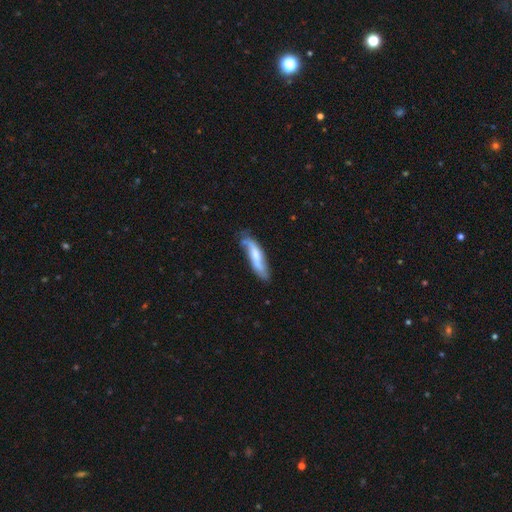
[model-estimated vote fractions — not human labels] Smooth or featured? Predicted: smooth (p=0.47, tied with featured or disk). Merging? Predicted: none (p=0.57).